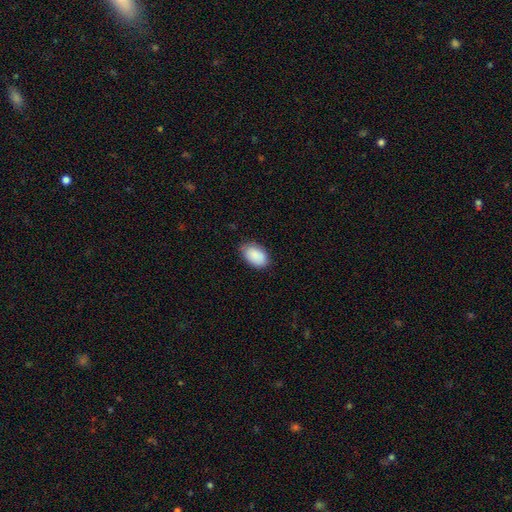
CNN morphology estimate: Q: Smooth or featured?
A: smooth (90%); runner-up: star or artifact (6%)
Q: How rounded?
A: in between (92%); runner-up: round (7%)
Q: Merging?
A: none (78%); runner-up: minor disturbance (18%)